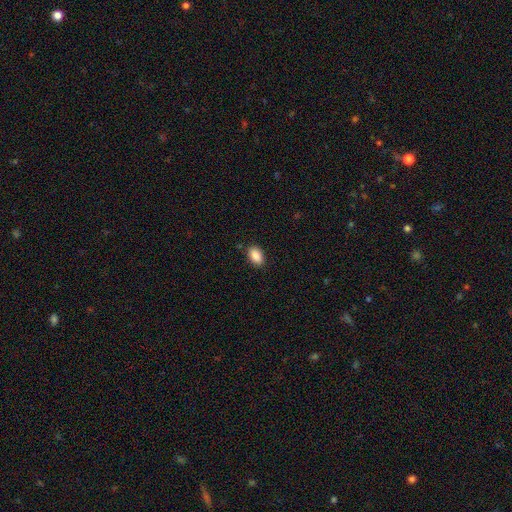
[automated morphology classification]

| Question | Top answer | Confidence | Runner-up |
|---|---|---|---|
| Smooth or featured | smooth | 89% | star or artifact (8%) |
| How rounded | in between | 90% | round (8%) |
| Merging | none | 87% | minor disturbance (10%) |